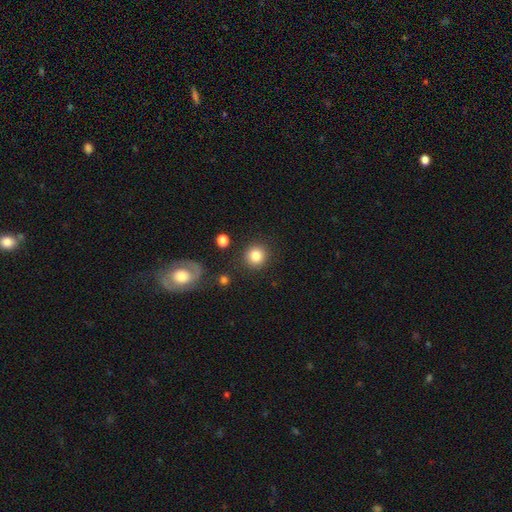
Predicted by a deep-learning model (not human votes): smooth_or_featured: smooth (p=0.83) [alt: star or artifact p=0.11]
how_rounded: round (p=0.91) [alt: in between p=0.08]
merging: none (p=0.88) [alt: minor disturbance p=0.07]